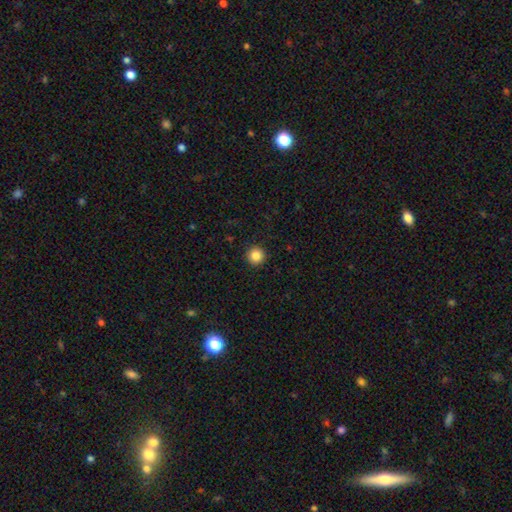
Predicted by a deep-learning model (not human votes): This is clearly a smooth galaxy (85%). How rounded: clearly round (96%). Merging: clearly none (93%).